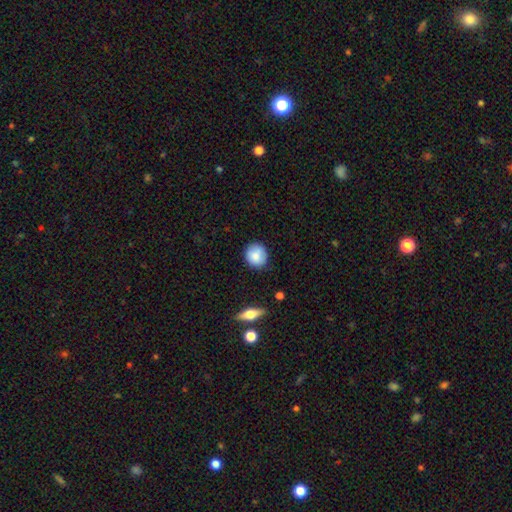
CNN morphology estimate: The model was most divided on "merging": none: 84%, minor disturbance: 12%, major disturbance: 2%, merger: 1%. More confident: how rounded — round (87%); smooth or featured — smooth (83%).